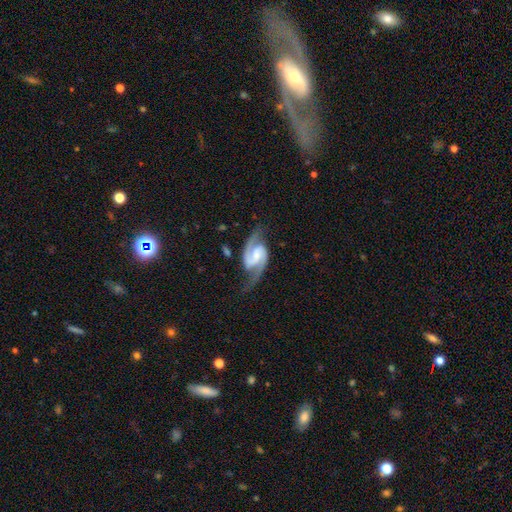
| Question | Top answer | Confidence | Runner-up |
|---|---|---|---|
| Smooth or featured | featured or disk | 100% | — |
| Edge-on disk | no | 95% | yes (5%) |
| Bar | weak | 49% | strong (26%) |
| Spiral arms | yes | 97% | no (3%) |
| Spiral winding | medium | 38% | tied: loose (38%) |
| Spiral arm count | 2 | 97% | 1 (3%) |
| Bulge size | small | 37% | none (29%) |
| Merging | none | 70% | minor disturbance (19%) |